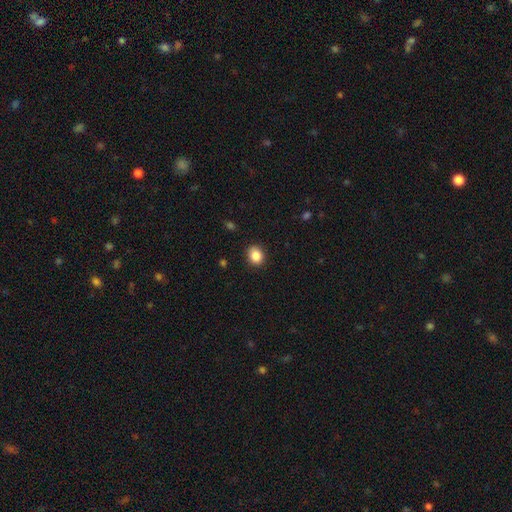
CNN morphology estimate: Smooth or featured: smooth — 87% (star or artifact — 9%)
How rounded: round — 59% (in between — 40%)
Merging: none — 88% (minor disturbance — 9%)